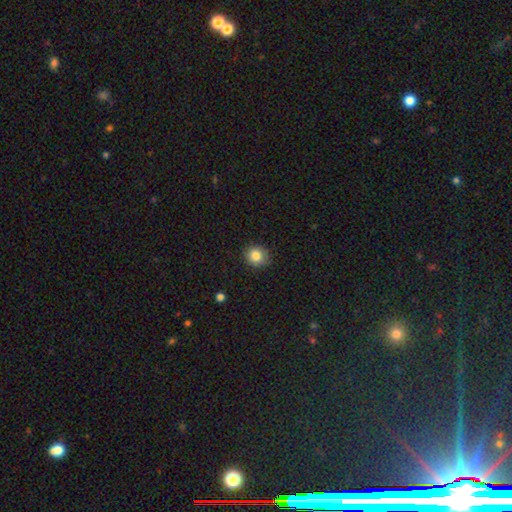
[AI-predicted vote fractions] smooth-or-featured: smooth: 85% | star or artifact: 10% | featured or disk: 5%
  how-rounded: round: 82% | in between: 18% | cigar-shaped: 1%
  merging: none: 83% | minor disturbance: 14% | major disturbance: 3% | merger: 1%